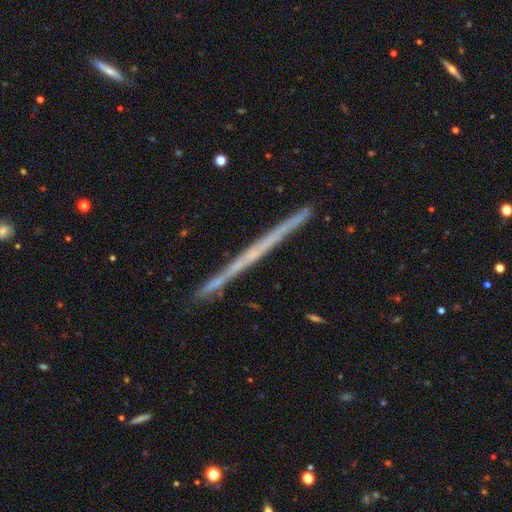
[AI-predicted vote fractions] Smooth or featured?
  - featured or disk: 65% *
  - smooth: 29%
  - star or artifact: 7%
Edge-on disk?
  - yes: 98% *
  - no: 2%
Edge-on bulge?
  - none: 92% *
  - rounded: 5%
  - boxy: 3%
Merging?
  - none: 89% *
  - minor disturbance: 7%
  - merger: 2%
  - major disturbance: 1%